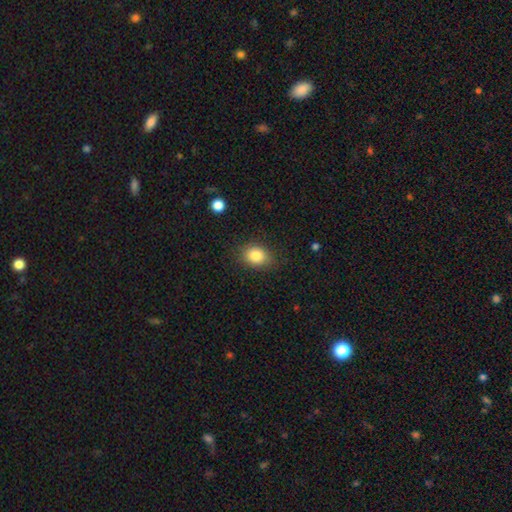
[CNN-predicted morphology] A smooth galaxy with no disk features (84%) that is in between round and cigar-shaped (58%).

Vote fractions:
- Smooth or featured? smooth: 84% / star or artifact: 9% / featured or disk: 7%
- How rounded? in between: 58% / round: 41% / cigar-shaped: 1%
- Merging? none: 82% / minor disturbance: 13% / major disturbance: 3% / merger: 1%